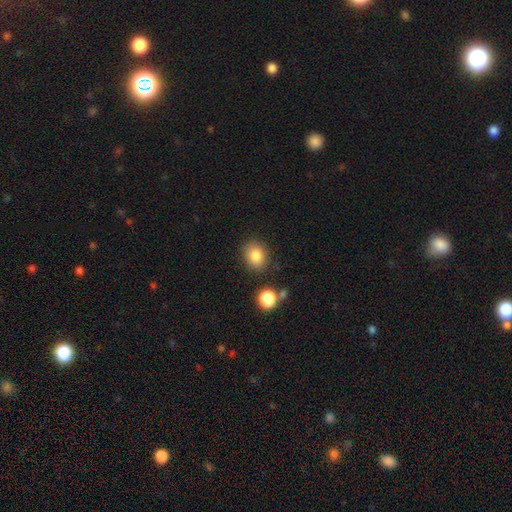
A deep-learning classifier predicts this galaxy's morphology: A smooth galaxy with no disk features (84%) that is round (52%). Merging: none (81%).